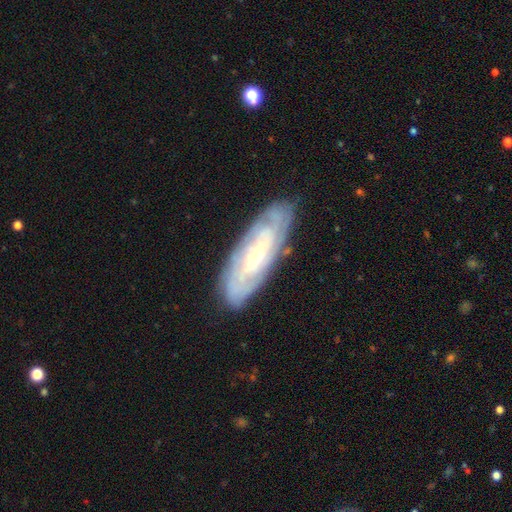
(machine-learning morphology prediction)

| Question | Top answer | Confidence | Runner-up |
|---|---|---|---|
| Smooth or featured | featured or disk | 76% | smooth (18%) |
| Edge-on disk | no | 85% | yes (15%) |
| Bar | no | 52% | weak (35%) |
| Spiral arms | yes | 90% | no (10%) |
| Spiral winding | tight | 75% | medium (20%) |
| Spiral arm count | can't tell | 56% | 2 (14%) |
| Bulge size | small | 60% | moderate (32%) |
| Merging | none | 82% | minor disturbance (13%) |